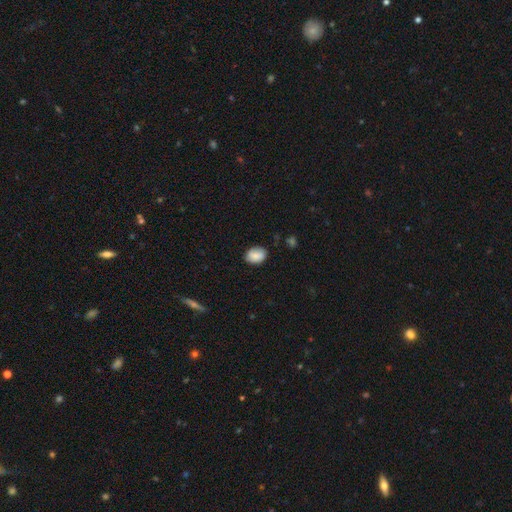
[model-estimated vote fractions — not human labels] A smooth galaxy with no disk features (83%) that is in between round and cigar-shaped (73%). Merging: none (79%).